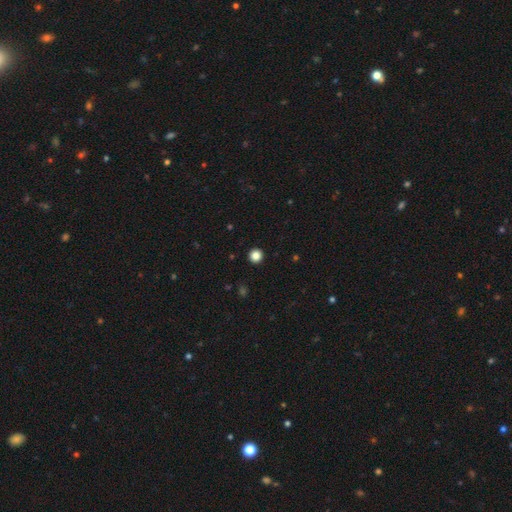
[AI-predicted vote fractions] The model was most divided on "smooth or featured": smooth: 86%, star or artifact: 11%, featured or disk: 3%. More confident: how rounded — round (96%); merging — none (94%).